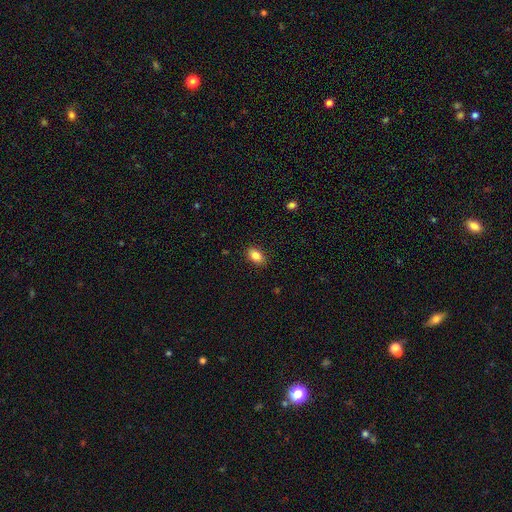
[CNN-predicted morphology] smooth-or-featured: smooth: 85% | star or artifact: 8% | featured or disk: 7%
  how-rounded: in between: 86% | round: 12% | cigar-shaped: 2%
  merging: none: 88% | minor disturbance: 9% | major disturbance: 2% | merger: 1%